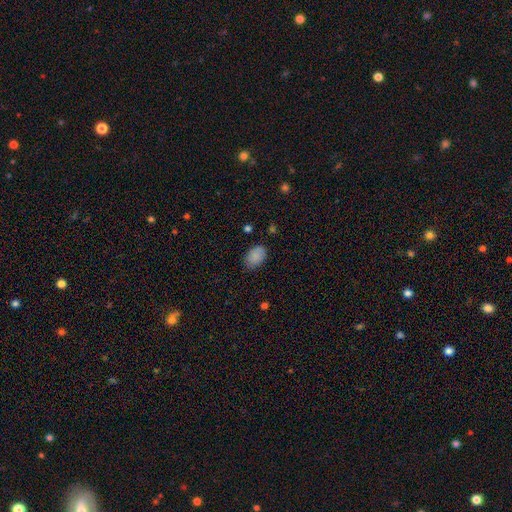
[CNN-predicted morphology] Smooth or featured? smooth (86%)
How rounded? in between (83%)
Merging? none (79%)